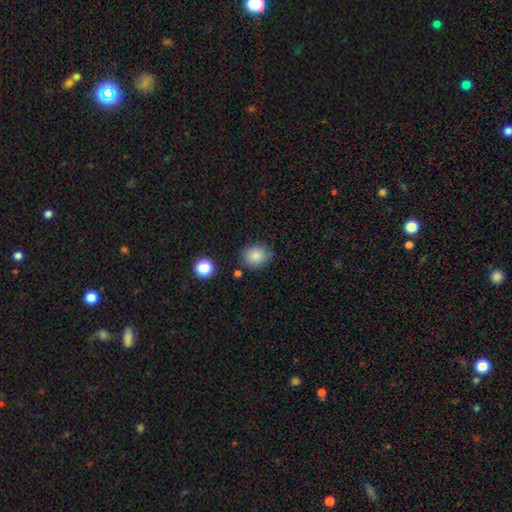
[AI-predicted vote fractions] A smooth galaxy with no disk features (84%) that is round (78%).

Vote fractions:
- Smooth or featured? smooth: 84% / star or artifact: 10% / featured or disk: 6%
- How rounded? round: 78% / in between: 21% / cigar-shaped: 1%
- Merging? none: 75% / minor disturbance: 17% / merger: 4% / major disturbance: 4%